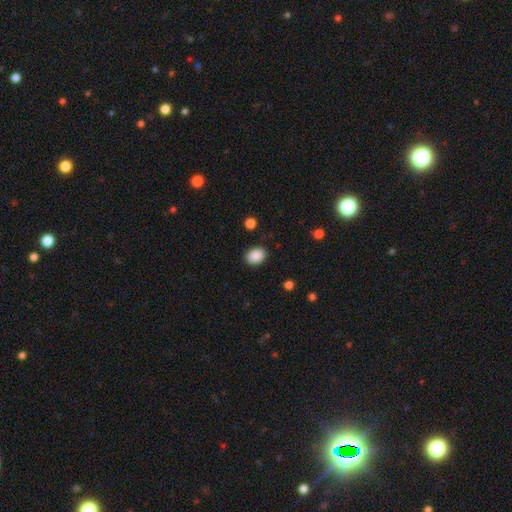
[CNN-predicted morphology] Smooth or featured: smooth — 89% (star or artifact — 8%)
How rounded: in between — 66% (round — 33%)
Merging: none — 88% (minor disturbance — 9%)